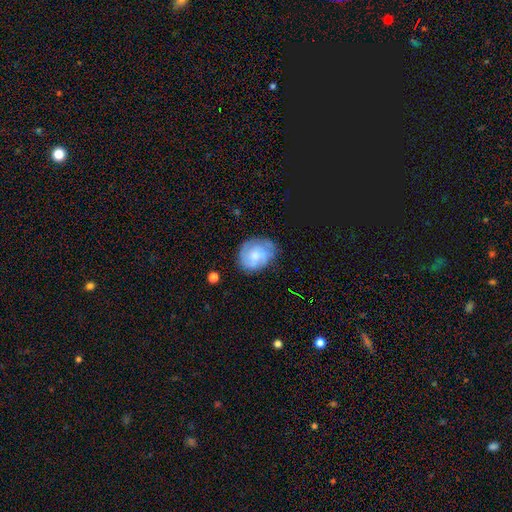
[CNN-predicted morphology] This is possibly a featured or disk galaxy (53%). It is clearly not viewed edge-on (97%). Bar: likely no (73%). Spiral arm pattern: likely yes (78%). Central bulge: marginally moderate (38%, tied with small). Merging: likely none (67%).